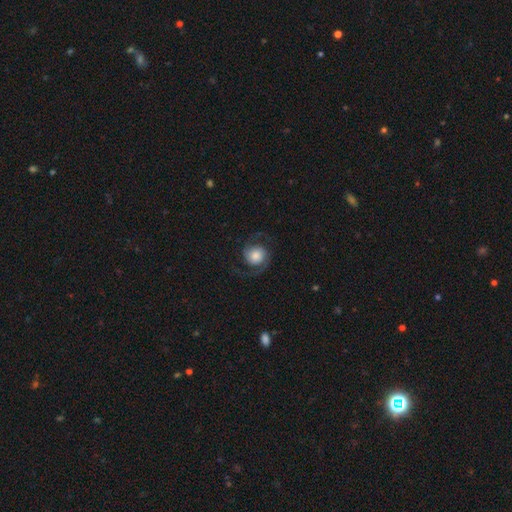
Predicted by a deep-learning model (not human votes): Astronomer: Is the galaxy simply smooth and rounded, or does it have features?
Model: featured or disk — 79%.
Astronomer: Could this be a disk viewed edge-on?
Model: no — 98%.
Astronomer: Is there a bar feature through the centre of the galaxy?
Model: no — 75%.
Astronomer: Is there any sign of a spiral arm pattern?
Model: yes — 96%.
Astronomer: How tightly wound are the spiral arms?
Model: medium — 49% (runner-up: loose, 33%).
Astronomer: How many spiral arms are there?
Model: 2 — 93%.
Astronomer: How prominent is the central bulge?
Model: large — 39% (runner-up: moderate, 28%).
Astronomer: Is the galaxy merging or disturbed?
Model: none — 78%.